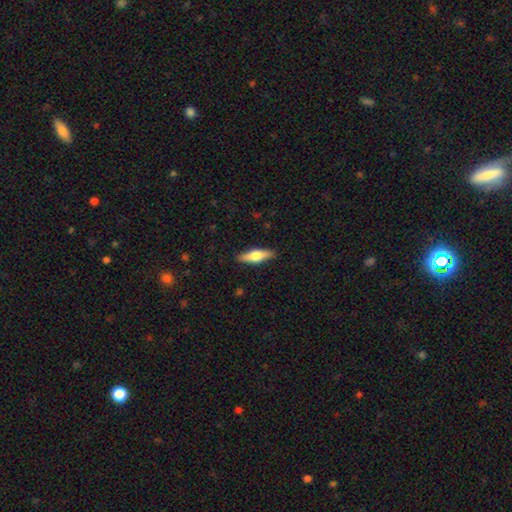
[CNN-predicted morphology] Q: Smooth or featured?
A: smooth (48%); runner-up: featured or disk (46%)
Q: Merging?
A: none (89%); runner-up: minor disturbance (8%)